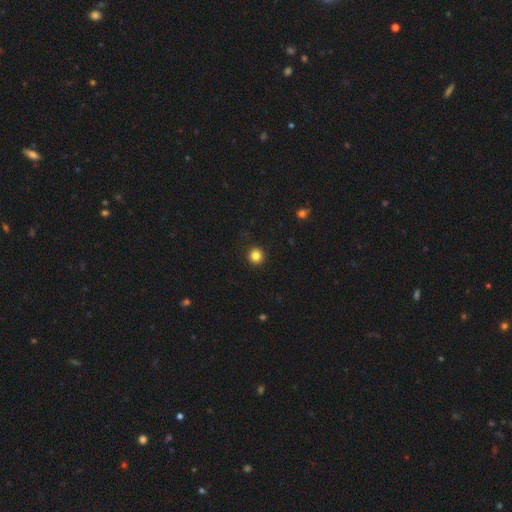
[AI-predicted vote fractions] This is clearly a smooth galaxy (84%). How rounded: clearly round (93%). Merging: clearly none (93%).